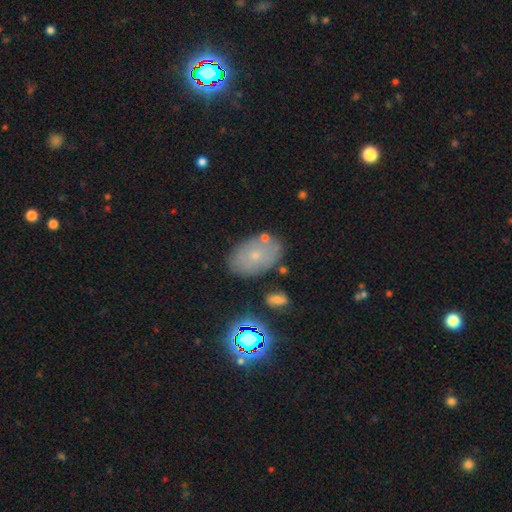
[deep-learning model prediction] smooth_or_featured: smooth (p=0.58) [alt: featured or disk p=0.27]
how_rounded: in between (p=0.86) [alt: round p=0.13]
merging: none (p=0.77) [alt: minor disturbance p=0.14]